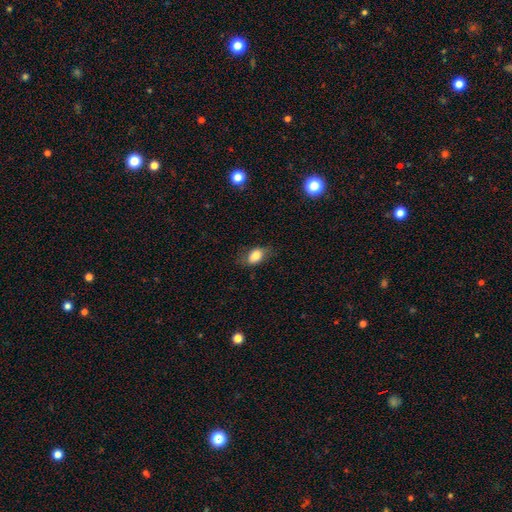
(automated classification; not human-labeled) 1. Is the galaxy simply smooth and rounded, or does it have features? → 79% smooth, 13% featured or disk, 8% star or artifact.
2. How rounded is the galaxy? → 85% in between, 13% round, 2% cigar-shaped.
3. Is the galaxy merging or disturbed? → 70% none, 21% minor disturbance, 8% major disturbance, 1% merger.